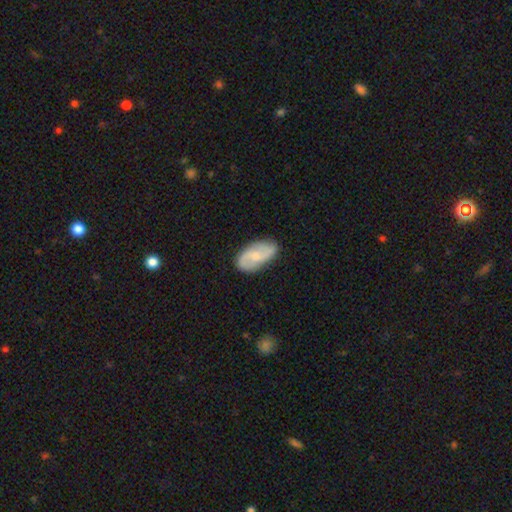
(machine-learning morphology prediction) Smooth or featured: featured or disk — 60% (smooth — 34%)
Edge-on disk: no — 96% (yes — 4%)
Bar: no — 50% (weak — 43%)
Spiral arms: yes — 92% (no — 8%)
Spiral winding: medium — 42% (loose — 40%)
Spiral arm count: 2 — 85% (can't tell — 8%)
Bulge size: small — 40% (moderate — 31%)
Merging: none — 77% (minor disturbance — 17%)